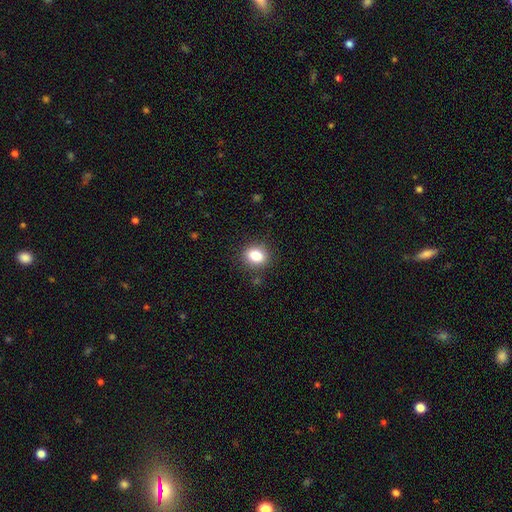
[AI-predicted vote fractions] smooth-or-featured: smooth: 83% | star or artifact: 10% | featured or disk: 7%
  how-rounded: in between: 52% | round: 47% | cigar-shaped: 1%
  merging: none: 87% | minor disturbance: 9% | major disturbance: 3% | merger: 1%